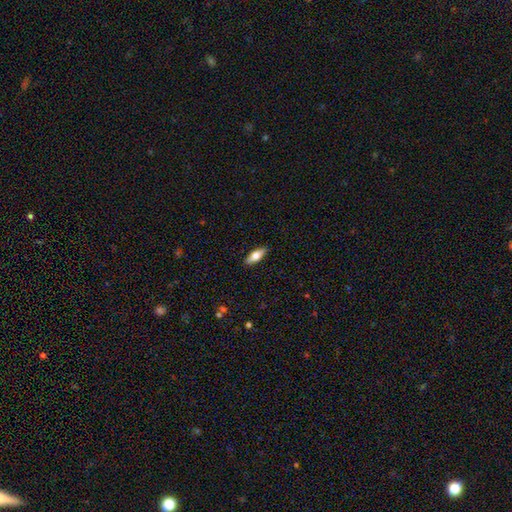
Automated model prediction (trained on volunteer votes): A smooth galaxy with no disk features (65%) that is in between round and cigar-shaped (65%). Merging: none (90%).